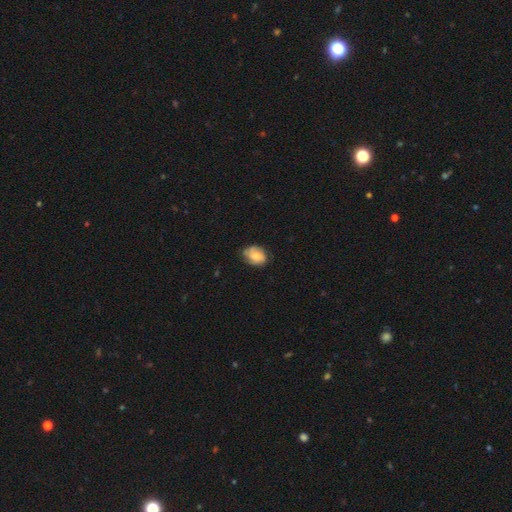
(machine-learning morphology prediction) A smooth galaxy with no disk features (59%) that is in between round and cigar-shaped (60%). Merging: none (67%).